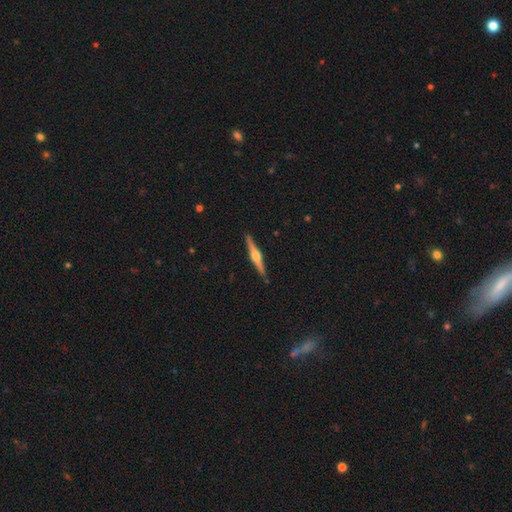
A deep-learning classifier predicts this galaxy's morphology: This appears to be a featured or disk galaxy (78%) viewed edge-on (98%) with a rounded central bulge (92%). Merging: none (91%).